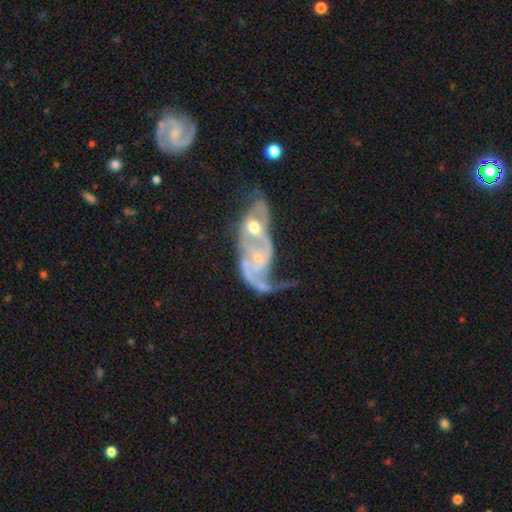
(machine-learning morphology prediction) The model was most divided on "spiral winding" (2-way tie): loose: 37%, medium: 37%, tight: 27%. Remaining: edge-on disk — no (93%); spiral arms — yes (84%); smooth or featured — featured or disk (81%); bar — no (62%); bulge size — small (52%); spiral arm count — 2 (52%); merging — merger (40%).